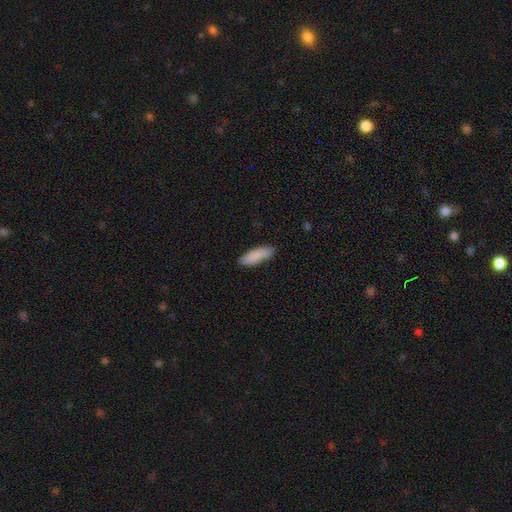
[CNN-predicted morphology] Q: Smooth or featured?
A: smooth (88%); runner-up: featured or disk (6%)
Q: How rounded?
A: in between (58%); runner-up: cigar-shaped (41%)
Q: Merging?
A: none (82%); runner-up: minor disturbance (14%)